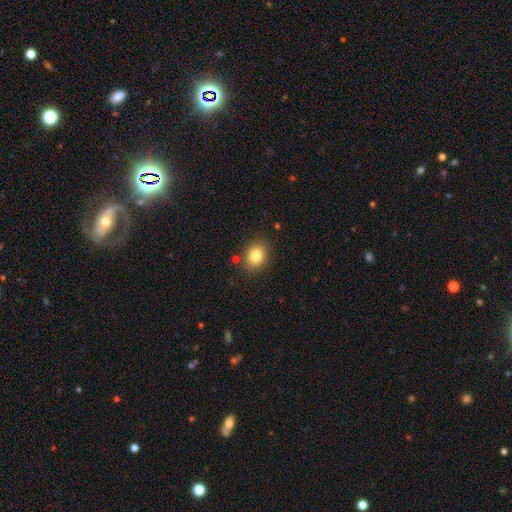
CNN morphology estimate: Smooth or featured? smooth (83%)
How rounded? in between (51%)
Merging? none (84%)